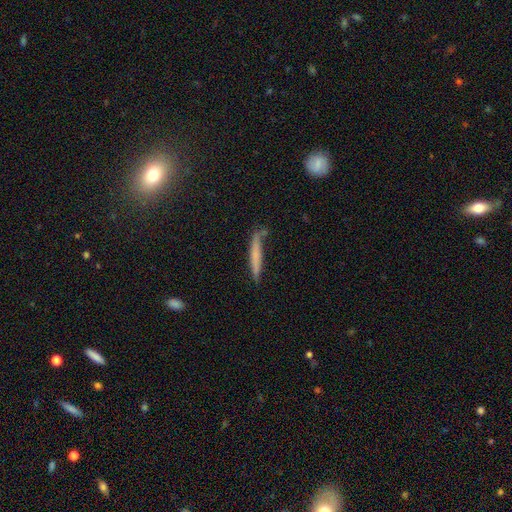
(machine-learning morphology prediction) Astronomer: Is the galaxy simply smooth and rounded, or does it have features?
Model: smooth — 63%.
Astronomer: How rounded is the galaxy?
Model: cigar-shaped — 94%.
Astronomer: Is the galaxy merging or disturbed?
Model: none — 62%.